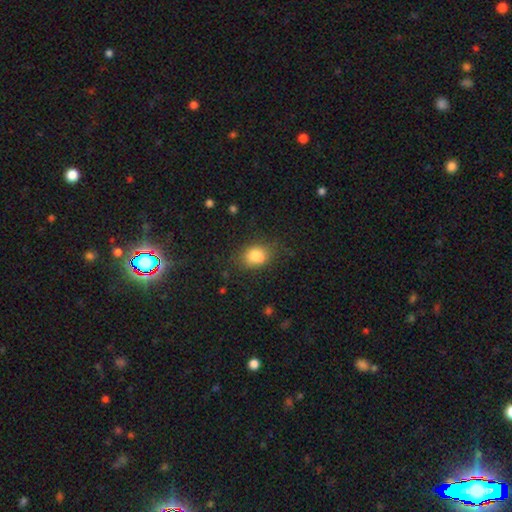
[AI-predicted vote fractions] Overall: smooth (79%). How rounded: in between (60%; round 39%). Merging: none (60%; minor disturbance 23%).